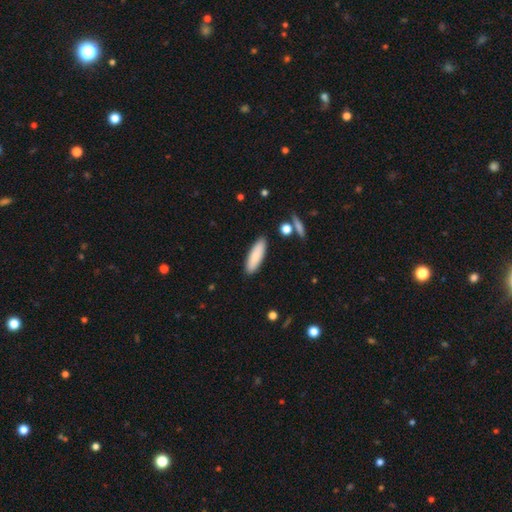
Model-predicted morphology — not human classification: Q: Smooth or featured?
A: smooth (85%); runner-up: featured or disk (9%)
Q: How rounded?
A: cigar-shaped (54%); runner-up: in between (44%)
Q: Merging?
A: none (89%); runner-up: minor disturbance (8%)